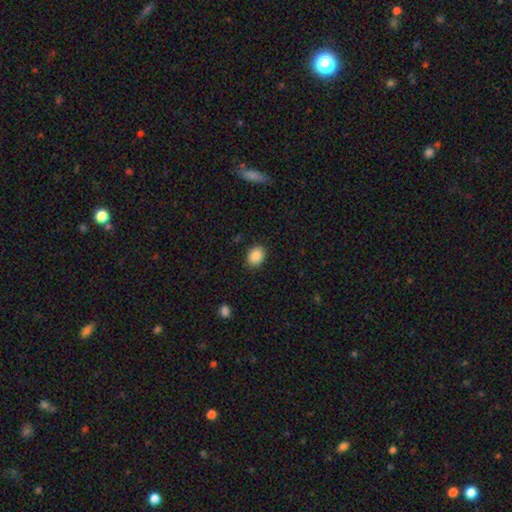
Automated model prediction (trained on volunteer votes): Smooth or featured? Predicted: smooth (p=0.87). How rounded? Predicted: round (p=0.50). Merging? Predicted: none (p=0.89).